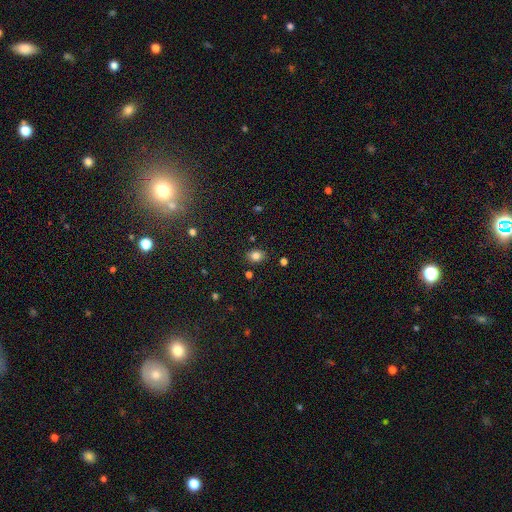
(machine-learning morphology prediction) This appears to be a smooth galaxy with no disk features (83%) that is in between round and cigar-shaped (57%). Merging: none (85%).